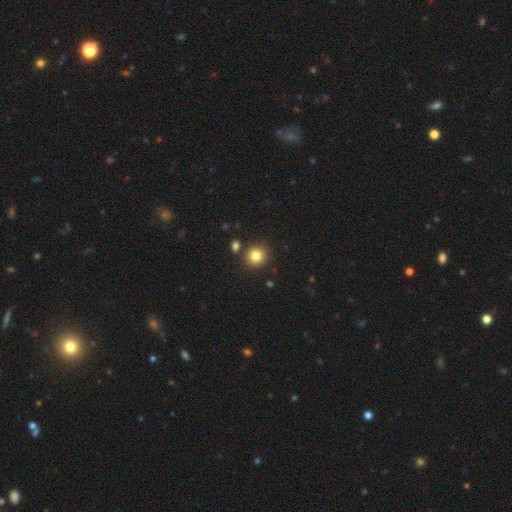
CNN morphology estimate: smooth-or-featured: smooth: 83% | star or artifact: 11% | featured or disk: 6%
  how-rounded: round: 88% | in between: 12% | cigar-shaped: 1%
  merging: none: 84% | minor disturbance: 7% | merger: 6% | major disturbance: 2%